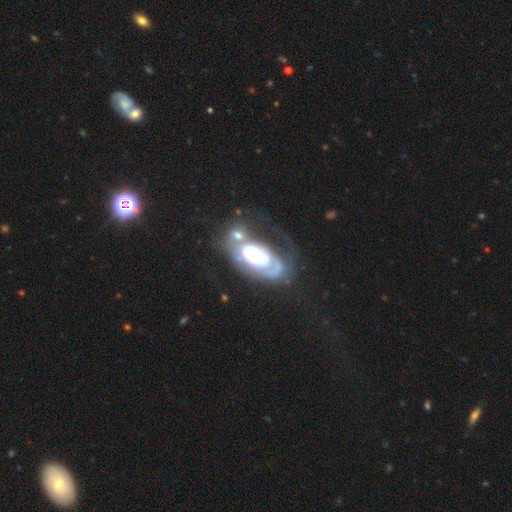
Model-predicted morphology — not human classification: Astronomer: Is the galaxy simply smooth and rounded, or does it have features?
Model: featured or disk — 78%.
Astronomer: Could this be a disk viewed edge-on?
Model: no — 95%.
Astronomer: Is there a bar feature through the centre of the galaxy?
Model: no — 80%.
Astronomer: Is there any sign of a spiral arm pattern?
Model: yes — 62% (runner-up: no, 38%).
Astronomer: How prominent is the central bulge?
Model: moderate — 57%.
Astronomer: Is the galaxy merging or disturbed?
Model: merger — 33% (runner-up: major disturbance, 26%).